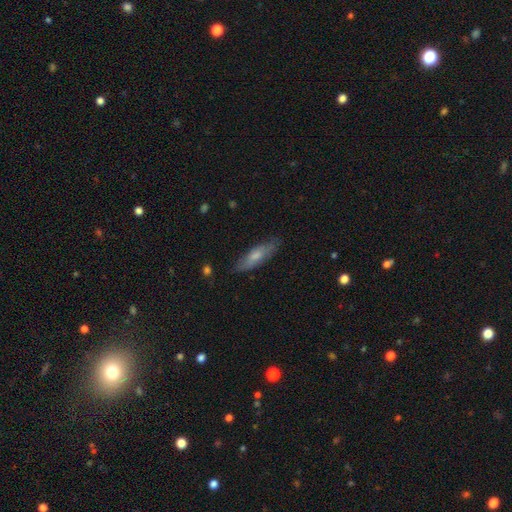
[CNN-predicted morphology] Q: Smooth or featured?
A: smooth (67%); runner-up: featured or disk (27%)
Q: How rounded?
A: cigar-shaped (57%); runner-up: in between (41%)
Q: Merging?
A: none (80%); runner-up: minor disturbance (16%)